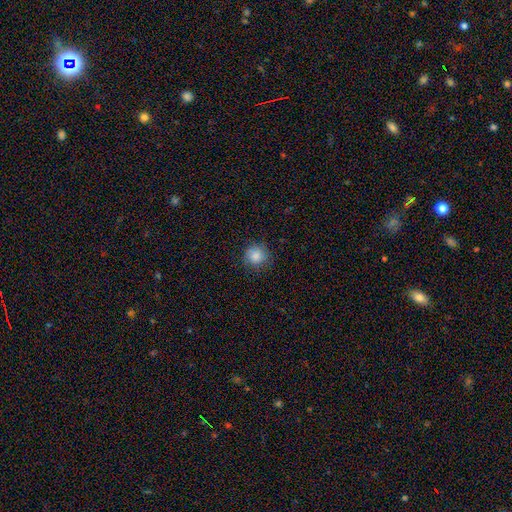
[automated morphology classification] A smooth galaxy with no disk features (84%) that is round (91%).

Vote fractions:
- Smooth or featured? smooth: 84% / star or artifact: 9% / featured or disk: 7%
- How rounded? round: 91% / in between: 8% / cigar-shaped: 1%
- Merging? none: 80% / minor disturbance: 14% / major disturbance: 4% / merger: 1%